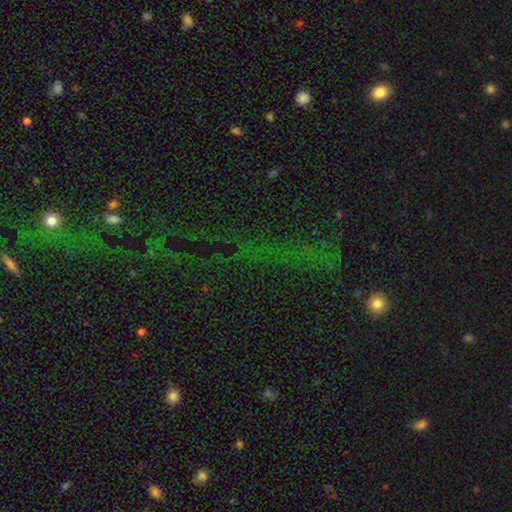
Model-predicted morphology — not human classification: Smooth or featured?
  - star or artifact: 69% *
  - smooth: 19%
  - featured or disk: 12%